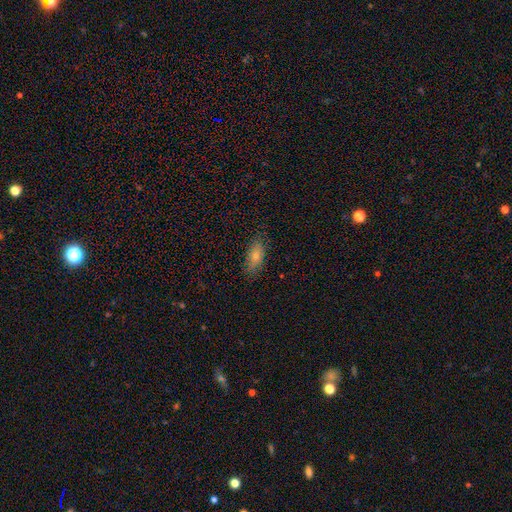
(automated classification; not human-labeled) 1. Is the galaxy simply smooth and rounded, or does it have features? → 75% smooth, 16% featured or disk, 9% star or artifact.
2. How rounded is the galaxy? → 83% in between, 13% cigar-shaped, 4% round.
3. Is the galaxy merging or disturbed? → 81% none, 15% minor disturbance, 3% major disturbance, 1% merger.